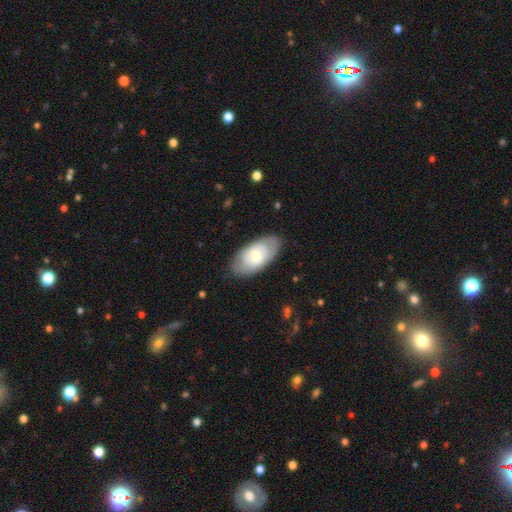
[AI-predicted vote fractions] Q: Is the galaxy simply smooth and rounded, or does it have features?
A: smooth — 54%.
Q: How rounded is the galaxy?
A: in between — 93%.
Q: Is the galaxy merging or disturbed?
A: none — 80%.